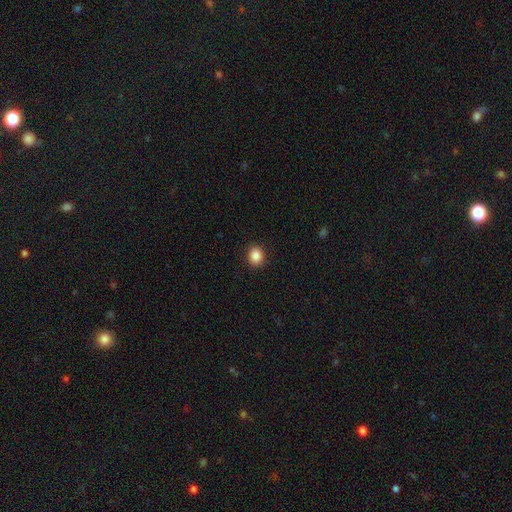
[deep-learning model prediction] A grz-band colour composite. It shows a smooth galaxy with no disk features (87%) that is round (69%). Merging: none (91%).